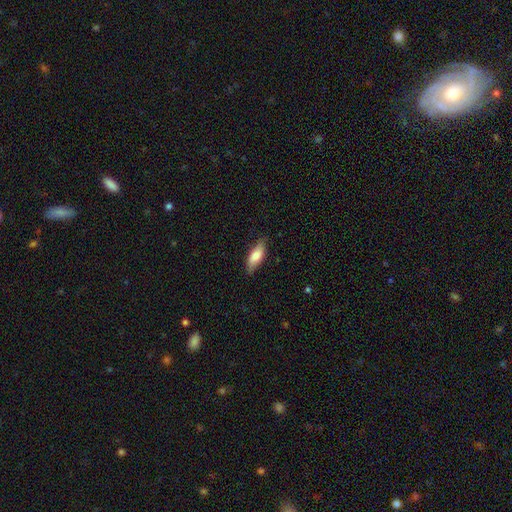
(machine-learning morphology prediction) type=smooth (75%); roundness=in between (69%); merging=none (77%).